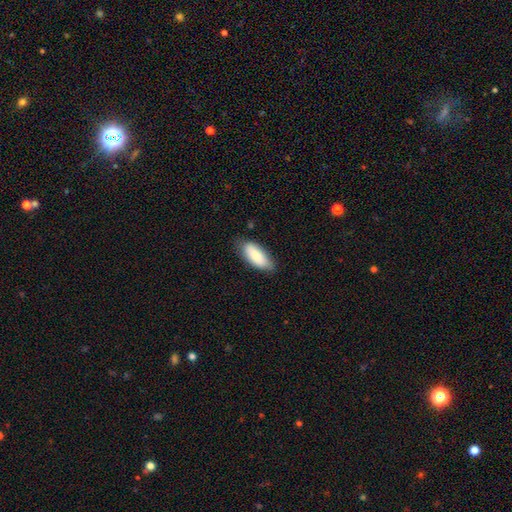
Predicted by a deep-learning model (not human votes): This appears to be a smooth galaxy with no disk features (79%) that is in between round and cigar-shaped (81%). Merging: none (75%).